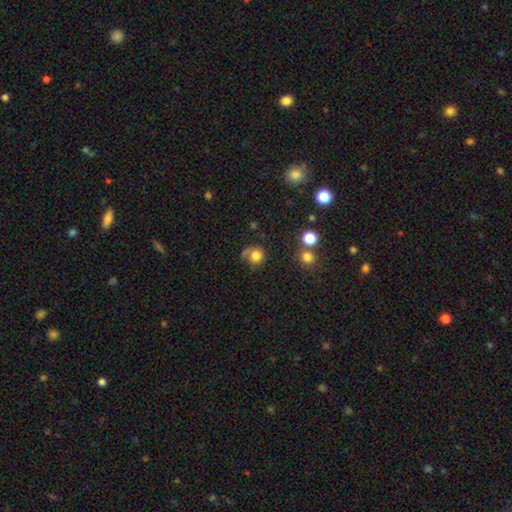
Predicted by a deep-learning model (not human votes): The model was most divided on "merging": none: 58%, minor disturbance: 19%, major disturbance: 13%, merger: 10%. More confident: how rounded — round (87%); smooth or featured — smooth (78%).